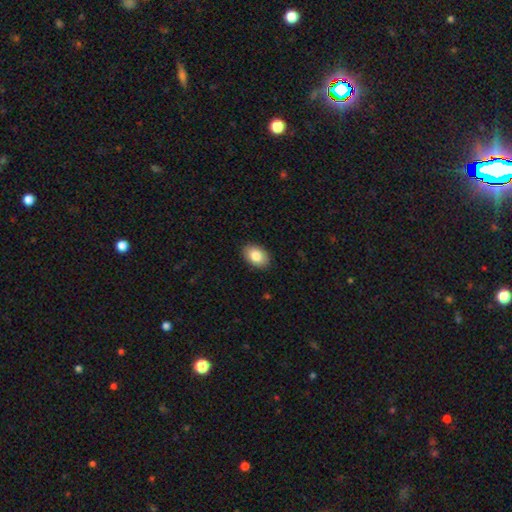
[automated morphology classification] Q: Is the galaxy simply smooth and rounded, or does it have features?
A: smooth — 85%.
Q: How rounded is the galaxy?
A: in between — 86%.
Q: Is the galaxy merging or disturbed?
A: none — 90%.